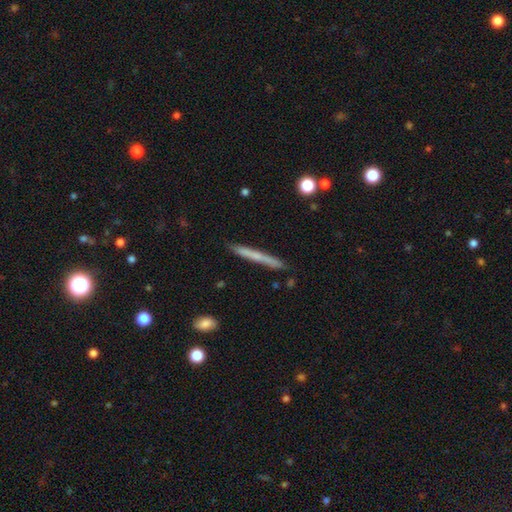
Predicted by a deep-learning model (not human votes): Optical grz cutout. It shows a smooth galaxy with no disk features (52%) that is cigar-shaped (96%). Merging: none (88%).